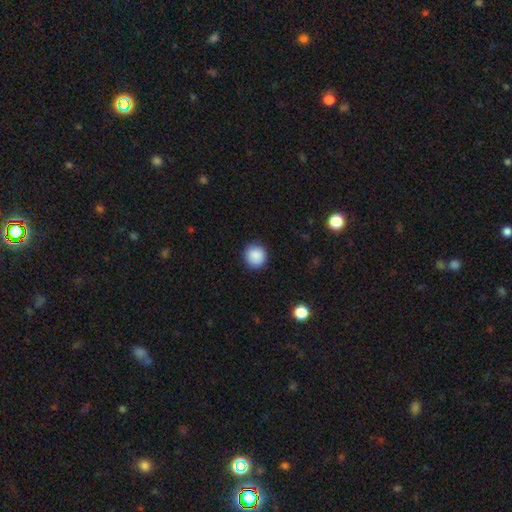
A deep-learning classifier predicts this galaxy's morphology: A smooth galaxy with no disk features (89%) that is round (93%). Merging: none (91%).